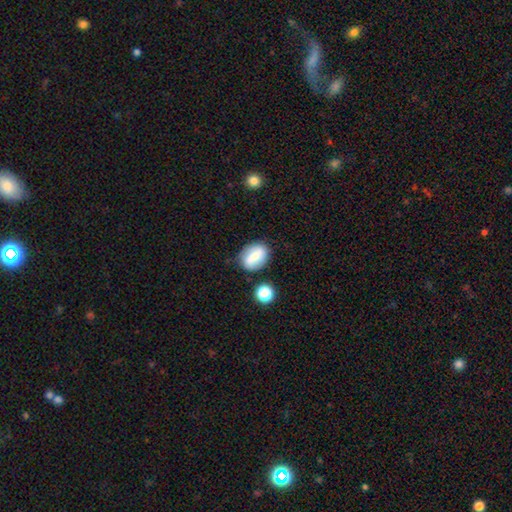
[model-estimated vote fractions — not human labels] Smooth or featured? smooth (58%)
How rounded? in between (65%)
Merging? none (75%)